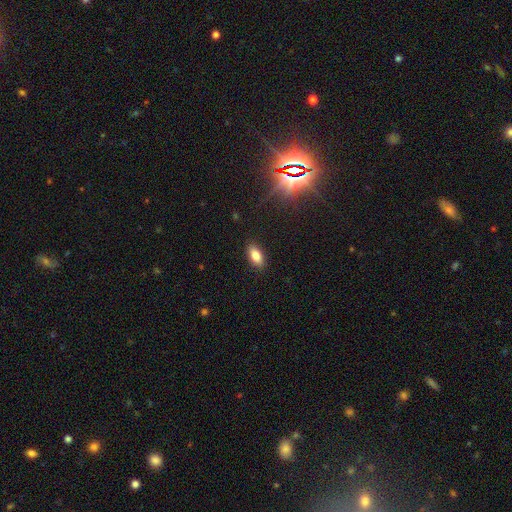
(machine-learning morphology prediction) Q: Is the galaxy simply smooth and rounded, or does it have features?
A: smooth — 81%.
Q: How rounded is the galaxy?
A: in between — 88%.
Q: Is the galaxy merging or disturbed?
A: none — 88%.